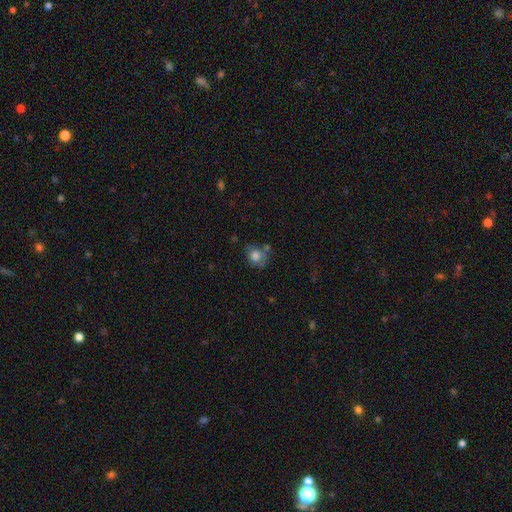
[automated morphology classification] This is likely a smooth galaxy (67%). How rounded: possibly round (51%). Merging: possibly none (49%).